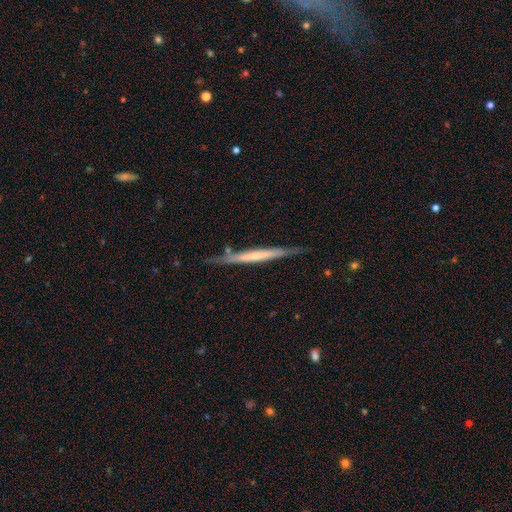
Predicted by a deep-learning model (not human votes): Smooth or featured?
  - featured or disk: 58% *
  - smooth: 36%
  - star or artifact: 6%
Edge-on disk?
  - yes: 95% *
  - no: 5%
Edge-on bulge?
  - none: 72% *
  - rounded: 19%
  - boxy: 9%
Merging?
  - none: 81% *
  - minor disturbance: 14%
  - major disturbance: 3%
  - merger: 2%